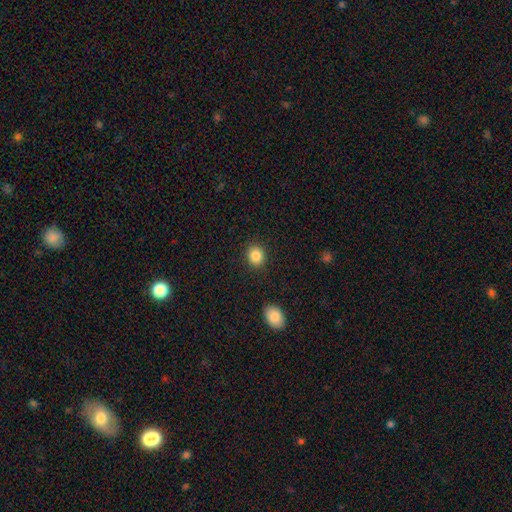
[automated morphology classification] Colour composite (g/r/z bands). It shows a smooth galaxy with no disk features (86%) that is round (69%). Merging: none (89%).